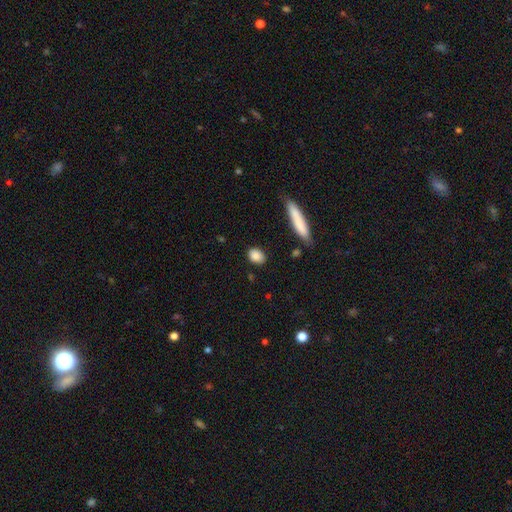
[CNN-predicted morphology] Q: Smooth or featured?
A: smooth (87%); runner-up: star or artifact (8%)
Q: How rounded?
A: in between (67%); runner-up: round (28%)
Q: Merging?
A: none (86%); runner-up: minor disturbance (10%)